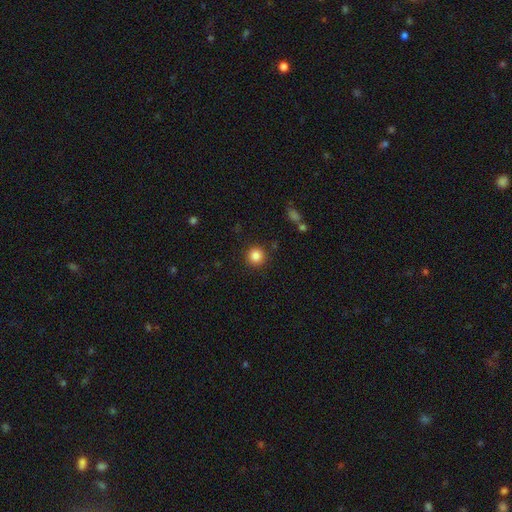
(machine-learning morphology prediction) Smooth or featured? smooth (85%)
How rounded? round (95%)
Merging? none (90%)